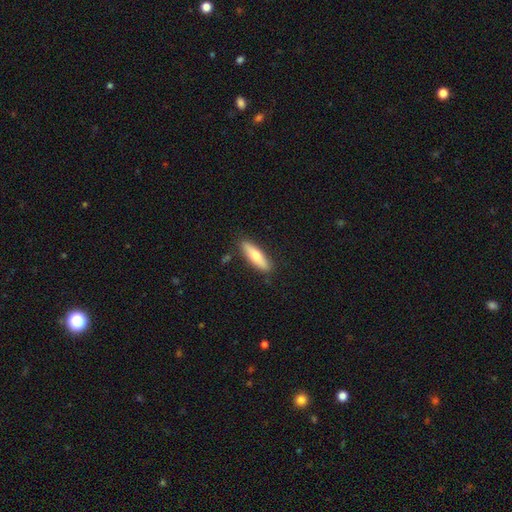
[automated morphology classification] Smooth or featured?
  - smooth: 64% *
  - featured or disk: 31%
  - star or artifact: 5%
How rounded?
  - cigar-shaped: 62% *
  - in between: 36%
  - round: 2%
Merging?
  - none: 86% *
  - minor disturbance: 10%
  - major disturbance: 2%
  - merger: 2%